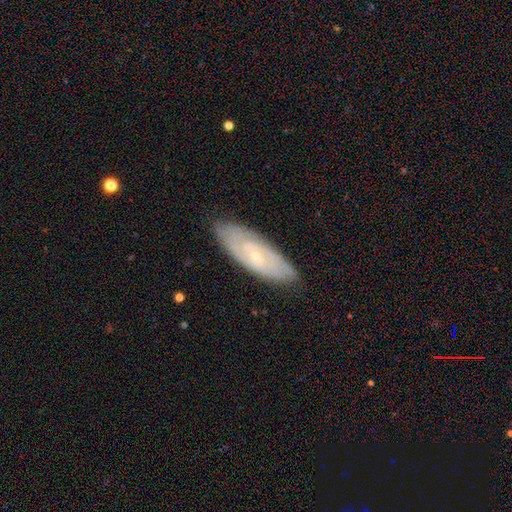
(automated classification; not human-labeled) featured or disk 71%, smooth 22%, star or artifact 7%. Down the decision tree: edge-on disk — no (85%); bar — no (64%); spiral arms — yes (89%); spiral arm count — can't tell (47%); spiral winding — tight (67%); bulge size — small (80%); merging — none (82%).